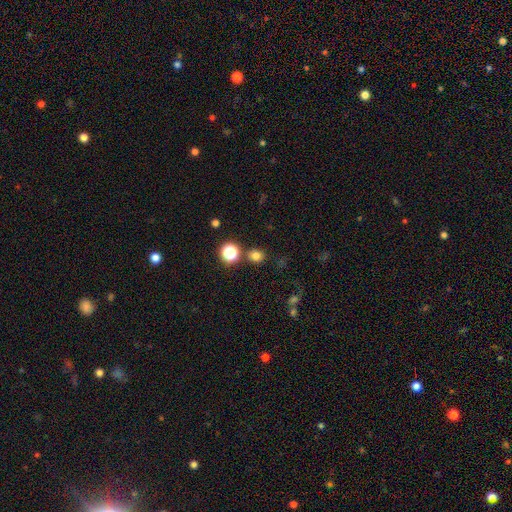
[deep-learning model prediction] Q: Smooth or featured?
A: smooth (75%); runner-up: star or artifact (19%)
Q: How rounded?
A: round (79%); runner-up: in between (20%)
Q: Merging?
A: none (83%); runner-up: minor disturbance (8%)